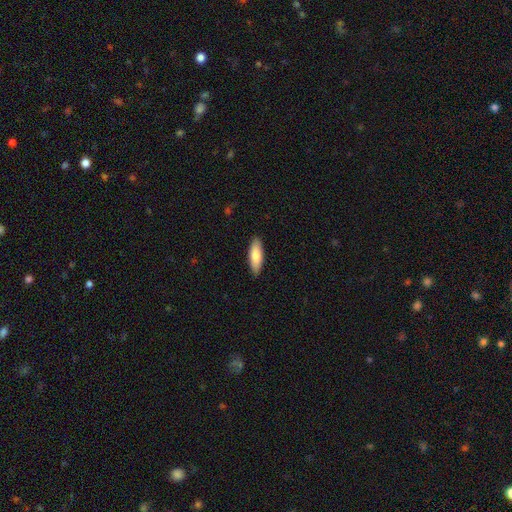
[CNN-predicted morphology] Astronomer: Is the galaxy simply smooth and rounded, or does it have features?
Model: smooth — 83%.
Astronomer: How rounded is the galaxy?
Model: in between — 58% (runner-up: cigar-shaped, 40%).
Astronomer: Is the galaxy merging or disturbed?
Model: none — 89%.